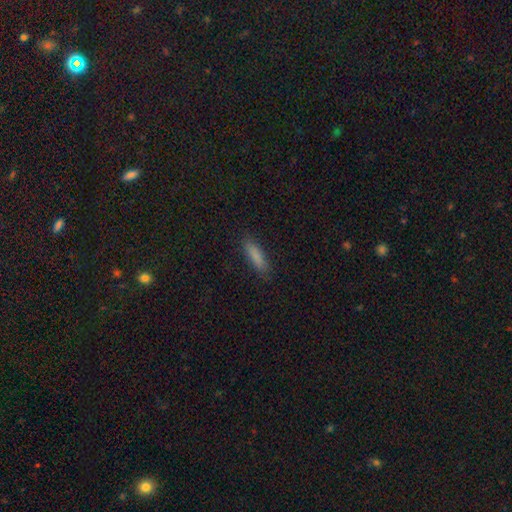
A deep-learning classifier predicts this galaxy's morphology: Smooth or featured: smooth — 85% (star or artifact — 8%)
How rounded: cigar-shaped — 66% (in between — 32%)
Merging: none — 86% (minor disturbance — 11%)